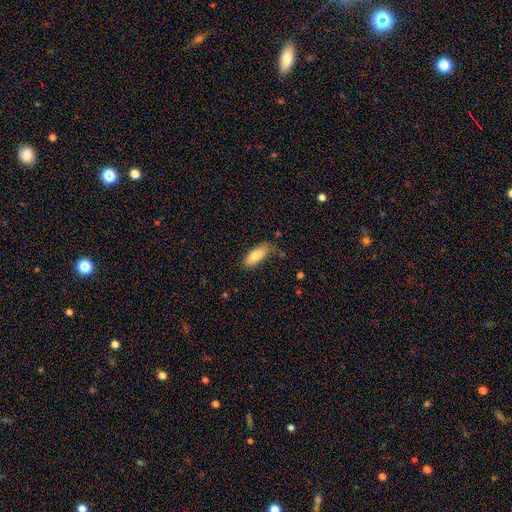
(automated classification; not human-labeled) Morphology: type=smooth (83%); roundness=in between (84%); merging=none (53%).